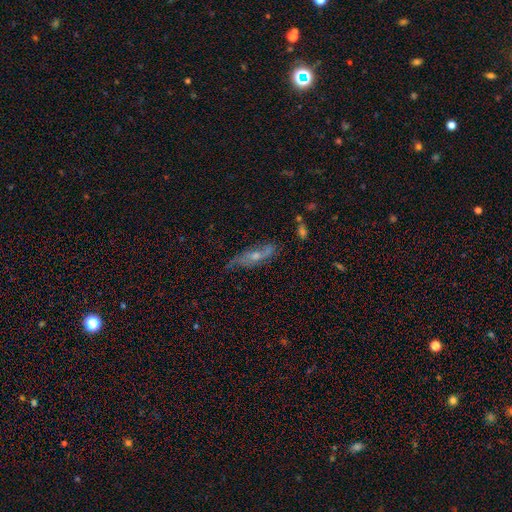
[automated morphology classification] Smooth or featured: featured or disk — 62% (smooth — 27%)
Edge-on disk: no — 62% (yes — 38%)
Merging: none — 63% (minor disturbance — 24%)